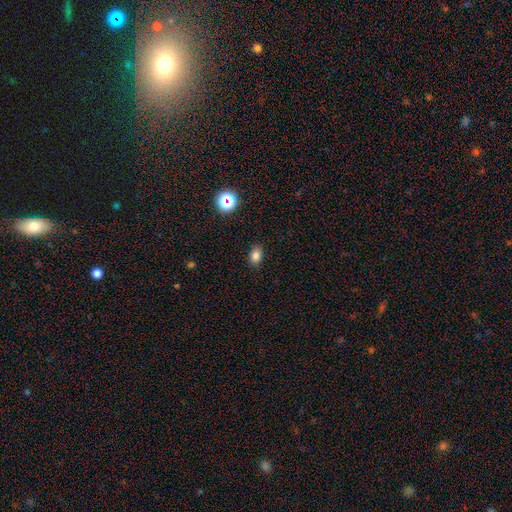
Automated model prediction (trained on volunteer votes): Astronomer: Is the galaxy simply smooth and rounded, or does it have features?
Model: smooth — 82%.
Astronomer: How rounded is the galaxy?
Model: in between — 79%.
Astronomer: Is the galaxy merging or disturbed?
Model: none — 87%.